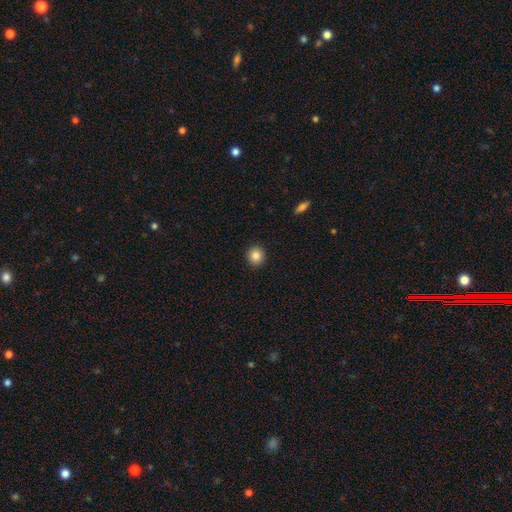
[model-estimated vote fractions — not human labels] This is clearly a smooth galaxy (85%). How rounded: clearly round (89%). Merging: clearly none (92%).